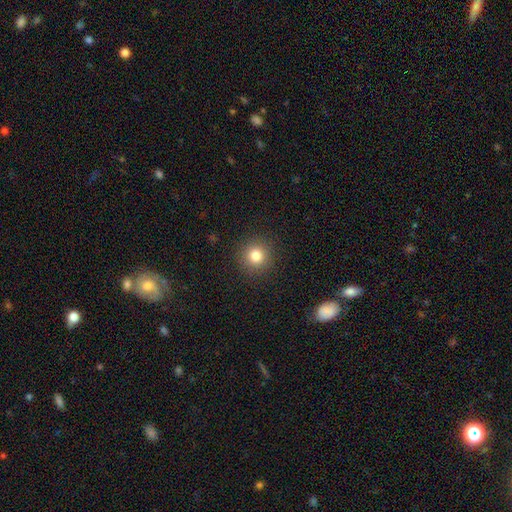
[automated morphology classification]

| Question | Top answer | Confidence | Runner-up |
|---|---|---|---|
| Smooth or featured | smooth | 81% | star or artifact (12%) |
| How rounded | round | 94% | in between (5%) |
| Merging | none | 91% | minor disturbance (6%) |